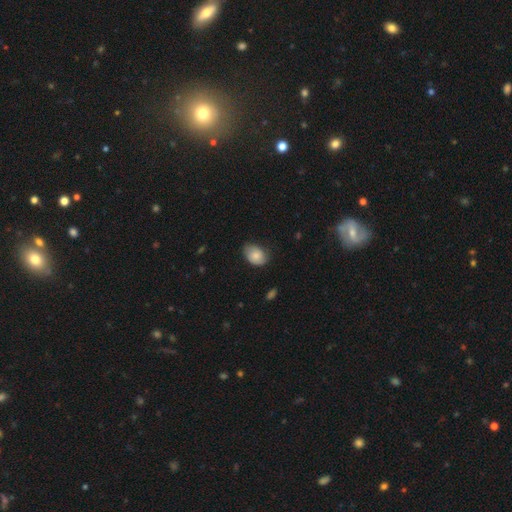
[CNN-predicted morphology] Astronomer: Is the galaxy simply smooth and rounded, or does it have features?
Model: smooth — 77%.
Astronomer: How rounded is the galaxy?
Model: in between — 77%.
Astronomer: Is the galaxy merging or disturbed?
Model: none — 63%.